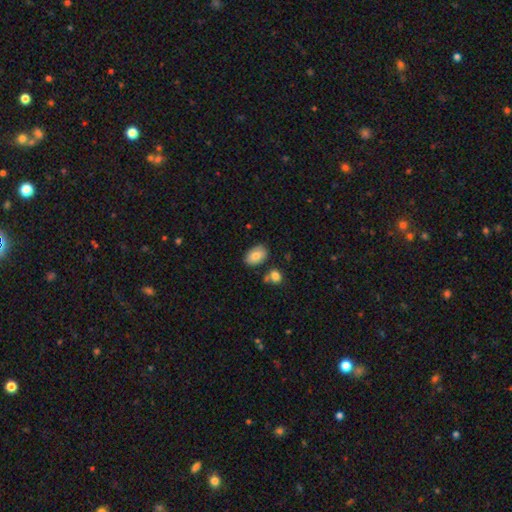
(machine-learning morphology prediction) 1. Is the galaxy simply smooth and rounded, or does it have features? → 83% smooth, 10% featured or disk, 7% star or artifact.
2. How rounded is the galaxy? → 90% in between, 8% round, 1% cigar-shaped.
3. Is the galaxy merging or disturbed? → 78% none, 12% minor disturbance, 7% merger, 3% major disturbance.